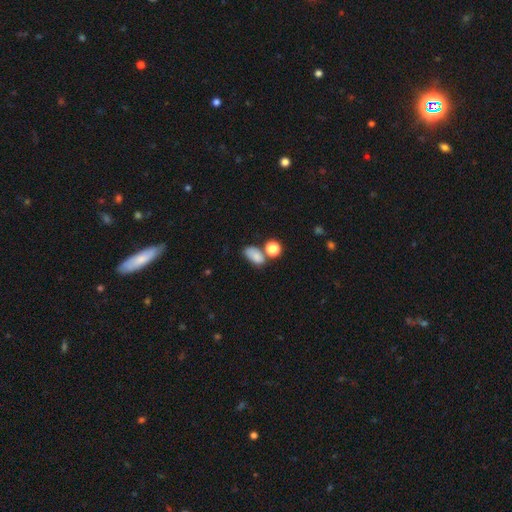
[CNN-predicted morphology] Smooth or featured? smooth (81%)
How rounded? in between (86%)
Merging? none (52%)